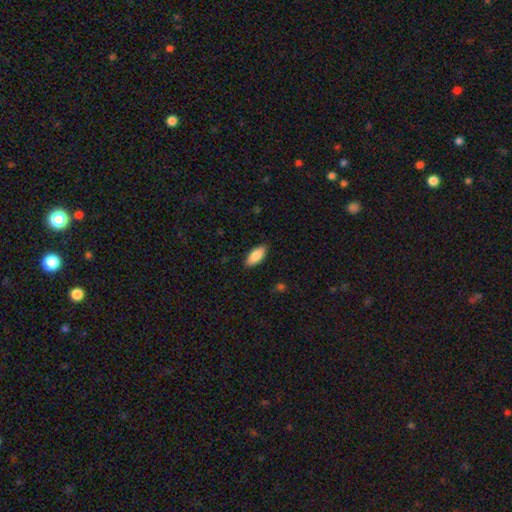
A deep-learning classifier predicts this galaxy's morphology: This is clearly a smooth galaxy (87%). How rounded: clearly in between (87%). Merging: clearly none (88%).